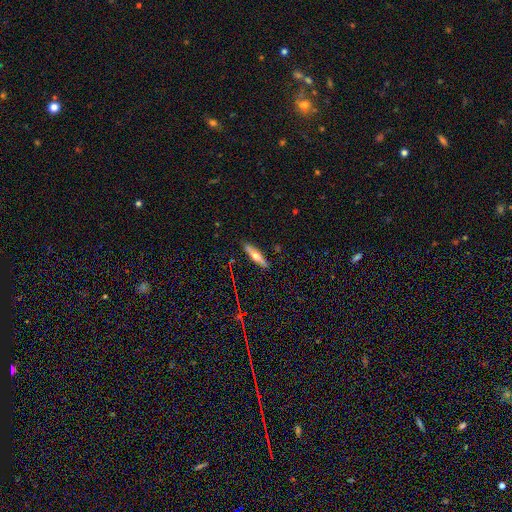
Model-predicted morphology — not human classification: type=featured or disk (47%); merging=none (86%).